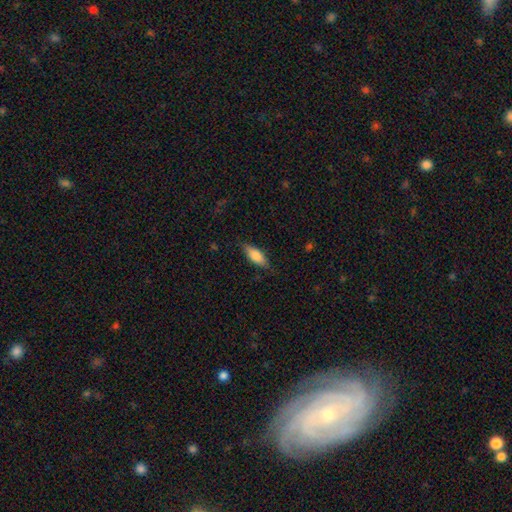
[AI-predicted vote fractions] smooth-or-featured: smooth: 76% | featured or disk: 17% | star or artifact: 6%
  how-rounded: in between: 68% | cigar-shaped: 29% | round: 2%
  merging: none: 79% | minor disturbance: 16% | major disturbance: 3% | merger: 1%